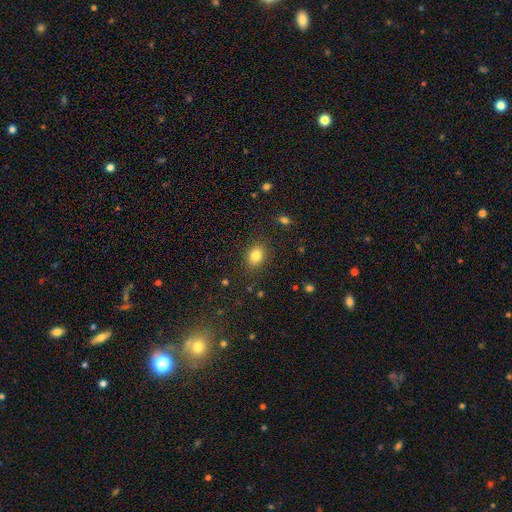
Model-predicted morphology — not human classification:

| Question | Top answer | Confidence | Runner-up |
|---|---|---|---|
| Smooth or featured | smooth | 81% | star or artifact (11%) |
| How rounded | in between | 56% | round (43%) |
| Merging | none | 86% | minor disturbance (10%) |